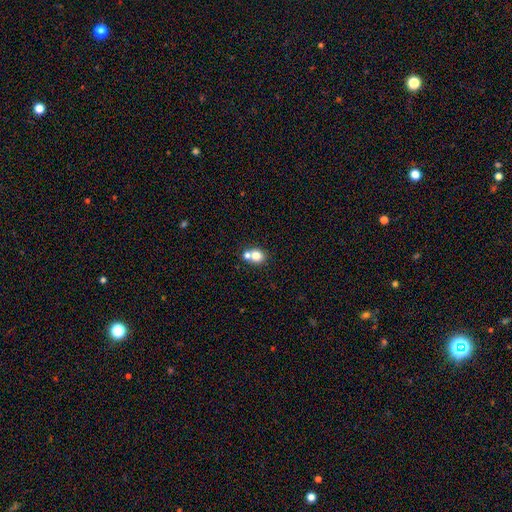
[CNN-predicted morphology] Overall: smooth (76%). How rounded: round (77%). Merging: merger (48%; none 43%).